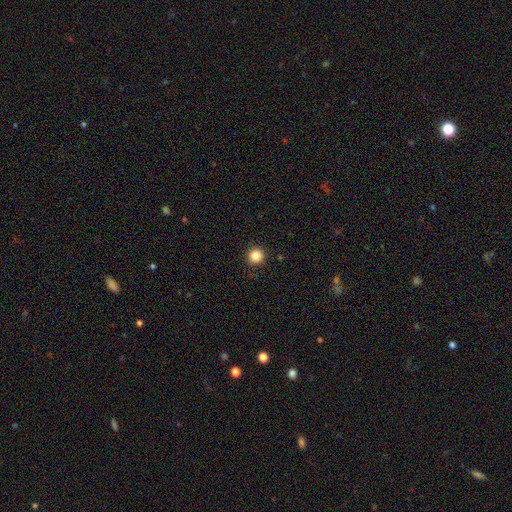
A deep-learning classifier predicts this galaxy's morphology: Smooth or featured?
  - smooth: 85% *
  - star or artifact: 11%
  - featured or disk: 4%
How rounded?
  - round: 96% *
  - in between: 3%
  - cigar-shaped: 1%
Merging?
  - none: 93% *
  - minor disturbance: 5%
  - major disturbance: 2%
  - merger: 1%